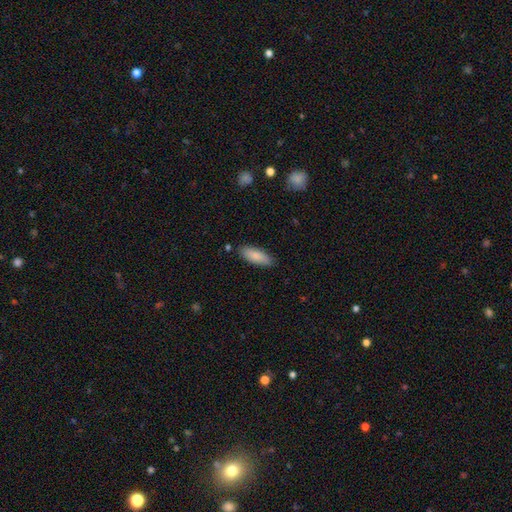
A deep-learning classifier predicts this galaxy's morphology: smooth-or-featured: smooth: 86% | featured or disk: 8% | star or artifact: 6%
  how-rounded: in between: 70% | cigar-shaped: 28% | round: 2%
  merging: none: 85% | minor disturbance: 11% | major disturbance: 2% | merger: 2%